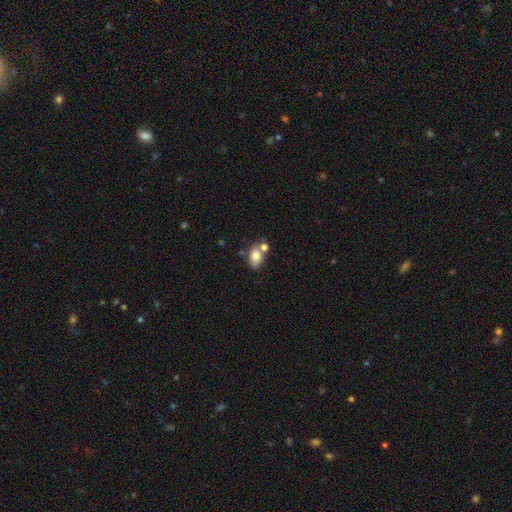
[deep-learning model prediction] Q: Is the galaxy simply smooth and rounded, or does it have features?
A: smooth — 78%.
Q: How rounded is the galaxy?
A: in between — 78%.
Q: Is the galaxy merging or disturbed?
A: none — 49%.